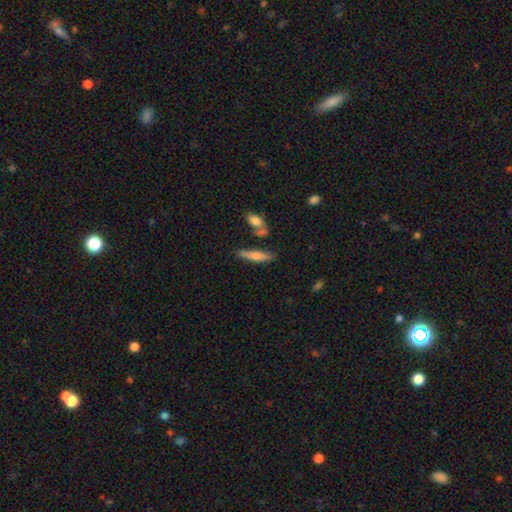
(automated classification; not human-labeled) Smooth or featured?
  - smooth: 64% *
  - featured or disk: 29%
  - star or artifact: 7%
How rounded?
  - cigar-shaped: 79% *
  - in between: 19%
  - round: 2%
Merging?
  - none: 68% *
  - minor disturbance: 15%
  - merger: 13%
  - major disturbance: 4%